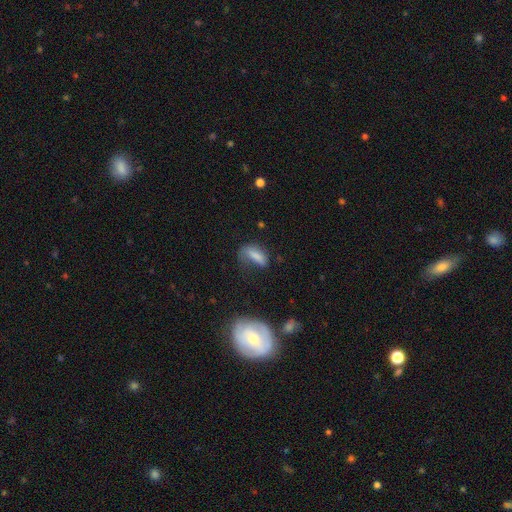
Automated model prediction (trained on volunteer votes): smooth-or-featured: smooth: 77% | featured or disk: 14% | star or artifact: 9%
  how-rounded: in between: 68% | cigar-shaped: 28% | round: 4%
  merging: none: 38% | minor disturbance: 30% | major disturbance: 28% | merger: 5%